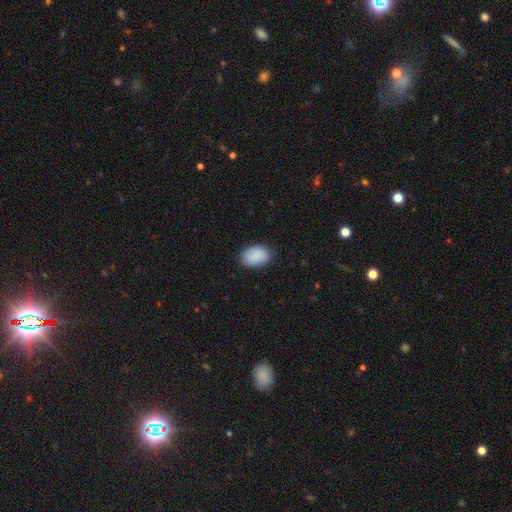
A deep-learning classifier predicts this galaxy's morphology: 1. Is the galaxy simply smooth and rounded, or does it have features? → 88% smooth, 6% star or artifact, 6% featured or disk.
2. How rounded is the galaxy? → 86% in between, 13% round, 1% cigar-shaped.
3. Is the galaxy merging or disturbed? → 81% none, 15% minor disturbance, 3% major disturbance, 1% merger.